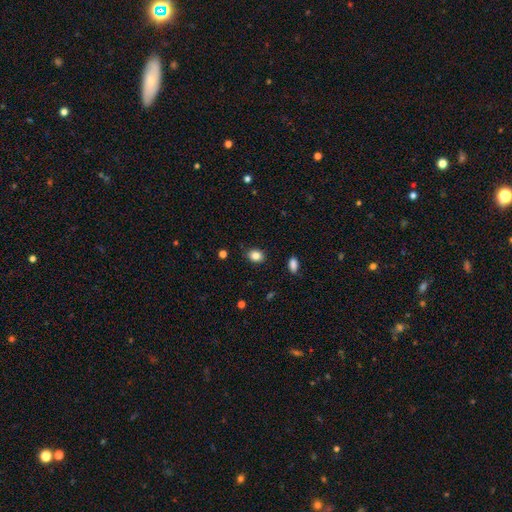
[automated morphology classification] Q: Smooth or featured?
A: smooth (84%); runner-up: star or artifact (10%)
Q: How rounded?
A: in between (59%); runner-up: round (39%)
Q: Merging?
A: none (87%); runner-up: minor disturbance (10%)